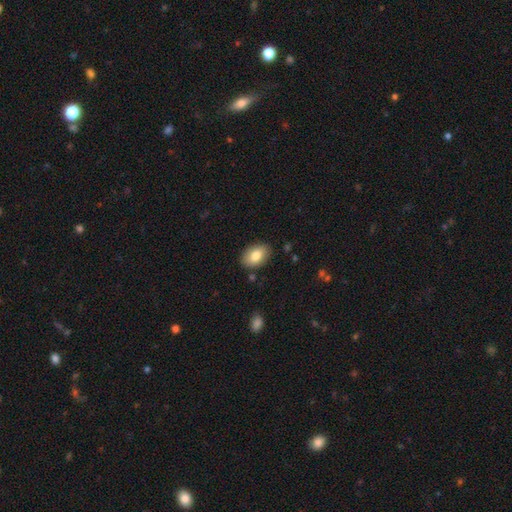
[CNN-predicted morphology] Smooth or featured? Predicted: smooth (p=0.81). How rounded? Predicted: in between (p=0.88). Merging? Predicted: none (p=0.86).